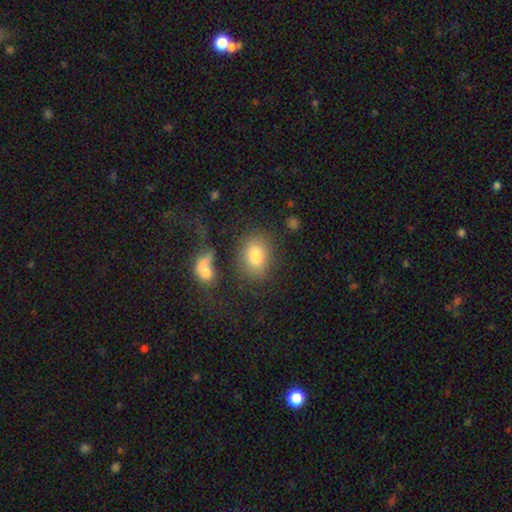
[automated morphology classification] Overall: smooth (79%). How rounded: in between (67%; round 31%). Merging: none (71%).